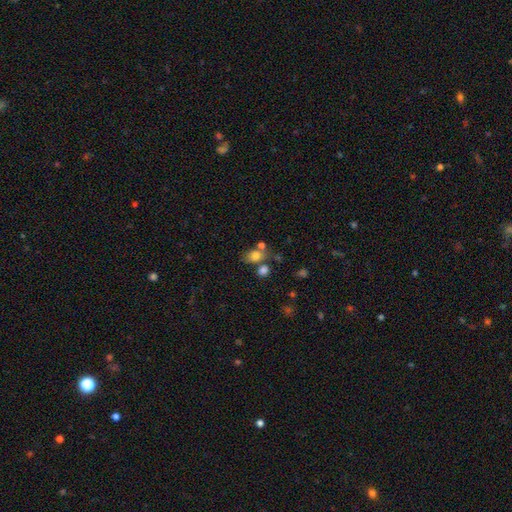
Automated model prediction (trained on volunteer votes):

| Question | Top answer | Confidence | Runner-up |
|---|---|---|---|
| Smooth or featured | smooth | 76% | star or artifact (13%) |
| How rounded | in between | 63% | round (35%) |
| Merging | none | 52% | merger (28%) |